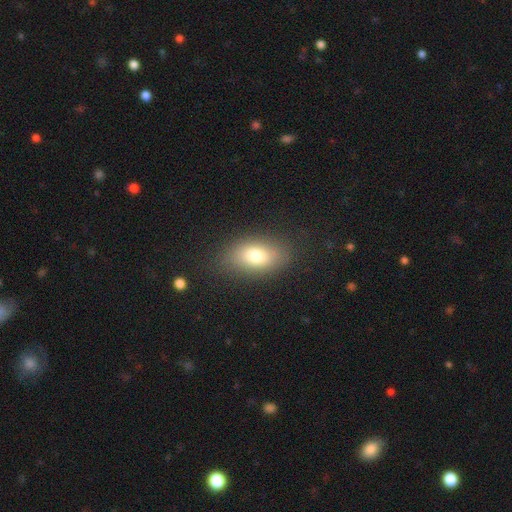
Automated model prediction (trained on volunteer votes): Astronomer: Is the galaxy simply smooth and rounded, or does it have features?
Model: smooth — 77%.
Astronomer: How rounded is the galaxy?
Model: in between — 87%.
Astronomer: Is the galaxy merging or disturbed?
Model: none — 82%.